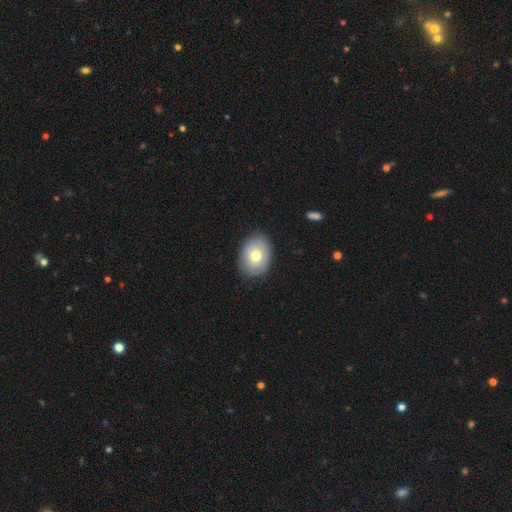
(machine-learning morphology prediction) This appears to be a smooth galaxy with no disk features (74%) that is in between round and cigar-shaped (66%). Merging: none (85%).